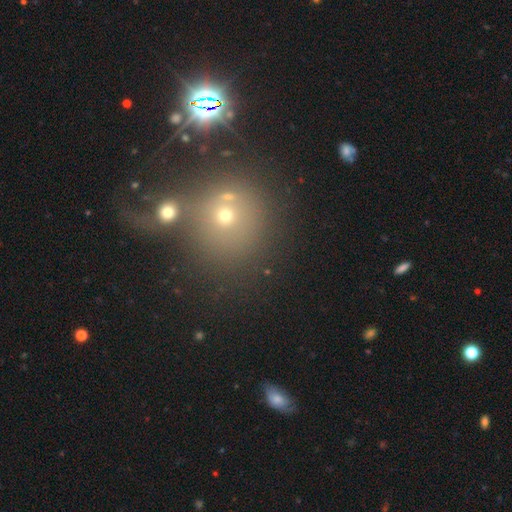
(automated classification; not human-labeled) A star or artifact, not a galaxy (44%).